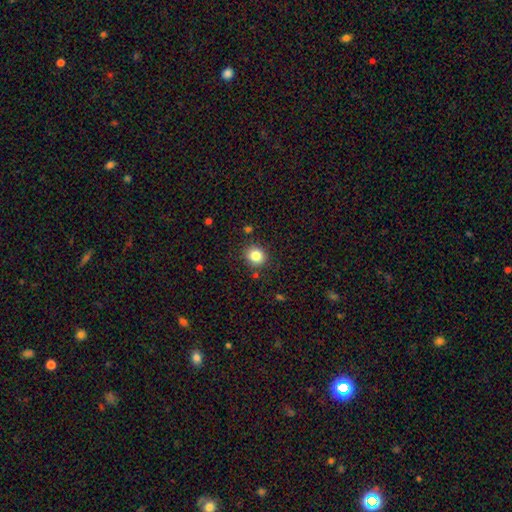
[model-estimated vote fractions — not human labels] smooth_or_featured: smooth (p=0.83) [alt: star or artifact p=0.11]
how_rounded: round (p=0.82) [alt: in between p=0.17]
merging: none (p=0.86) [alt: minor disturbance p=0.08]